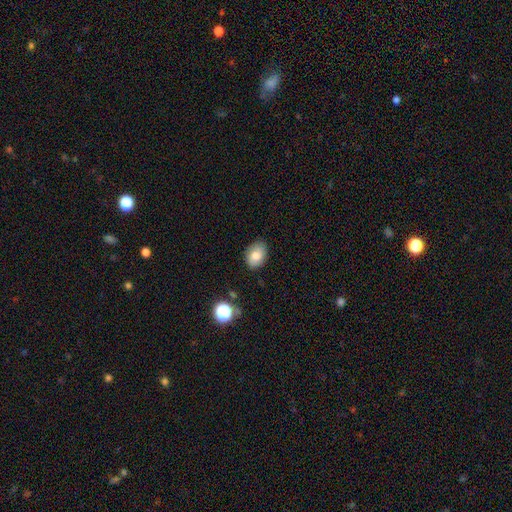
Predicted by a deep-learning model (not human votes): smooth 81%, featured or disk 10%, star or artifact 9%. Down the decision tree: how rounded — in between (78%); merging — none (81%).